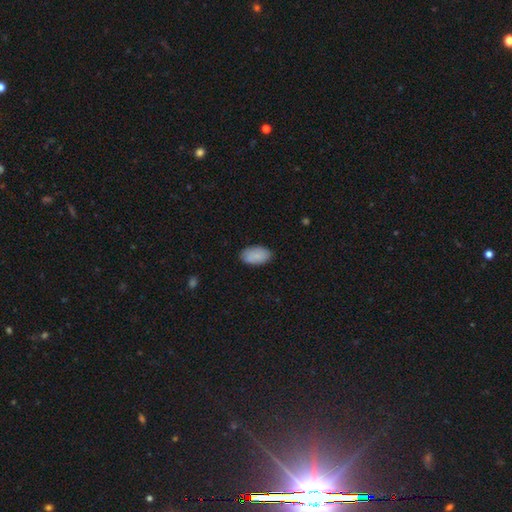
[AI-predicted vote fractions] This is clearly a smooth galaxy (88%). How rounded: clearly in between (95%). Merging: clearly none (86%).